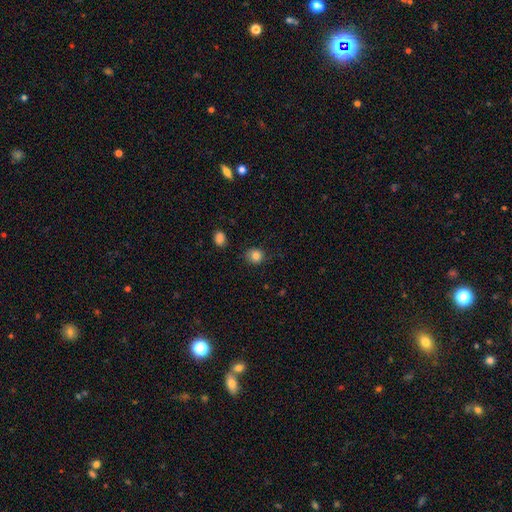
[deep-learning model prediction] Overall: smooth (84%). How rounded: round (84%). Merging: none (82%).